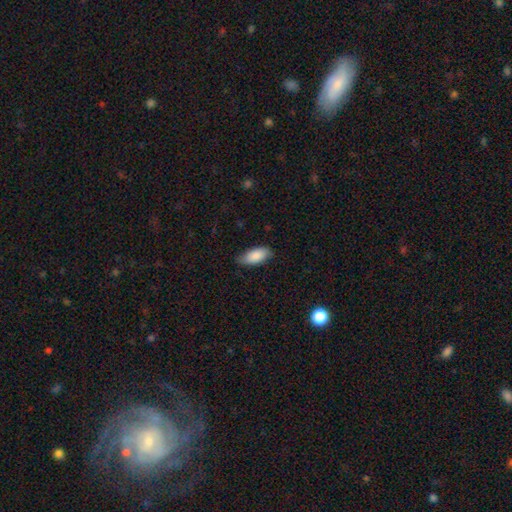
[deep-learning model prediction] Q: Smooth or featured?
A: smooth (87%); runner-up: featured or disk (7%)
Q: How rounded?
A: in between (90%); runner-up: cigar-shaped (8%)
Q: Merging?
A: none (76%); runner-up: minor disturbance (20%)